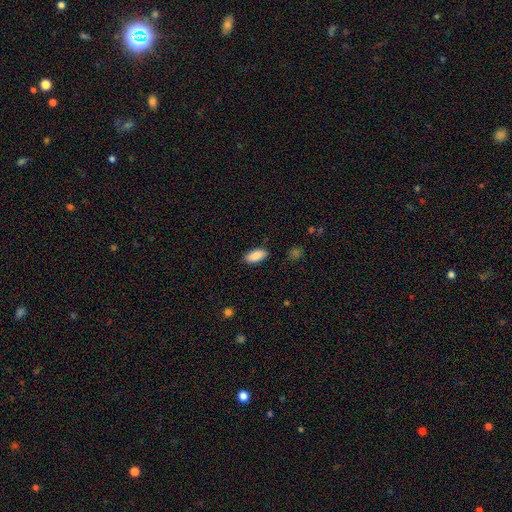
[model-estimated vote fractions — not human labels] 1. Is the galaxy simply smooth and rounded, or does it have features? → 88% smooth, 7% star or artifact, 5% featured or disk.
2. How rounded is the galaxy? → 89% in between, 8% cigar-shaped, 2% round.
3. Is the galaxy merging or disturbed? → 85% none, 11% minor disturbance, 2% major disturbance, 1% merger.